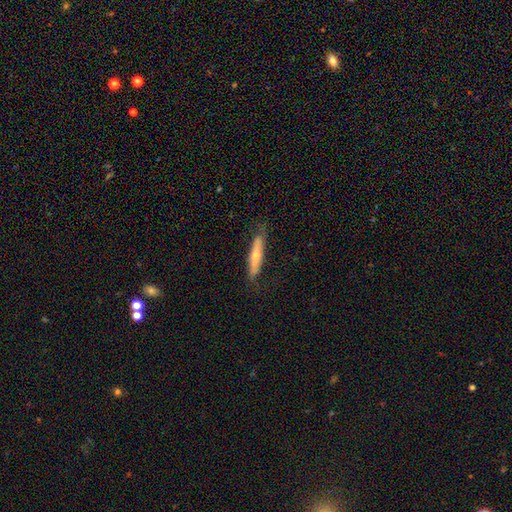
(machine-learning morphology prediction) Smooth or featured? featured or disk (52%)
Edge-on disk? yes (84%)
Merging? none (78%)